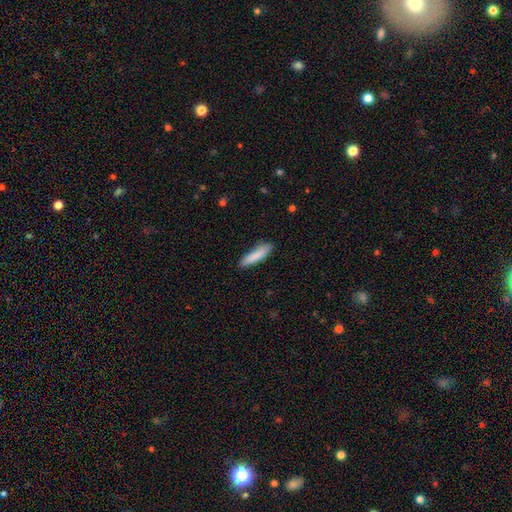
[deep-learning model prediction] This appears to be a smooth galaxy with no disk features (87%) that is cigar-shaped (74%). Merging: none (85%).